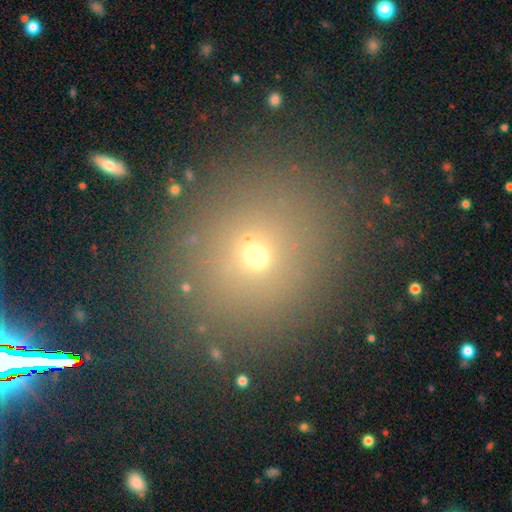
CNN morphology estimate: Overall: smooth (58%; star or artifact 31%). How rounded: round (79%). Merging: none (82%).